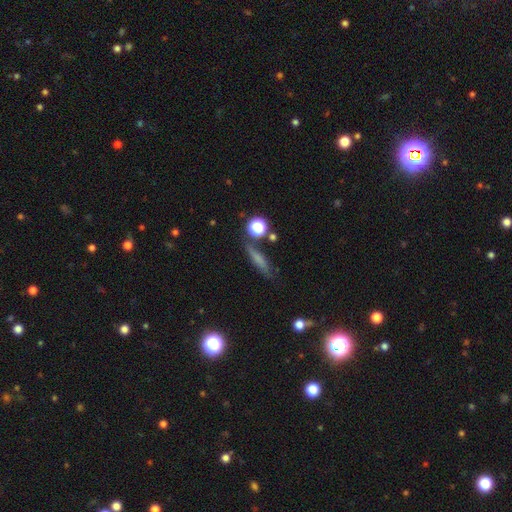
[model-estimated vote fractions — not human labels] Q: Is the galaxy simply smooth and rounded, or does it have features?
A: smooth — 52%.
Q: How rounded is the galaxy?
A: cigar-shaped — 72%.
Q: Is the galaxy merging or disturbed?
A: none — 74%.